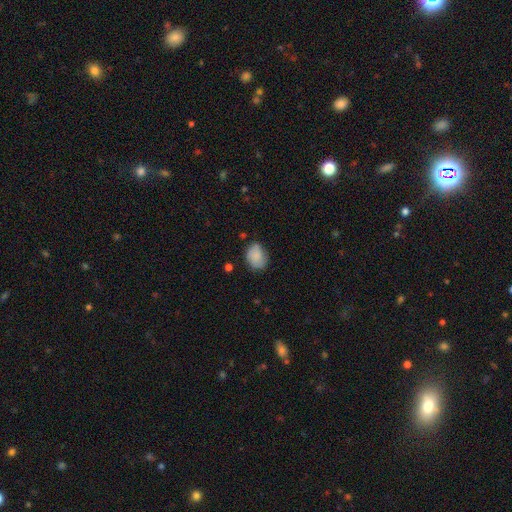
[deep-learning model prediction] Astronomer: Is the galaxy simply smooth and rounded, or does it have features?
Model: smooth — 79%.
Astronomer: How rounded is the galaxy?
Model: in between — 59% (runner-up: round, 40%).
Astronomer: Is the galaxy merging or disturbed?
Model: none — 64%.